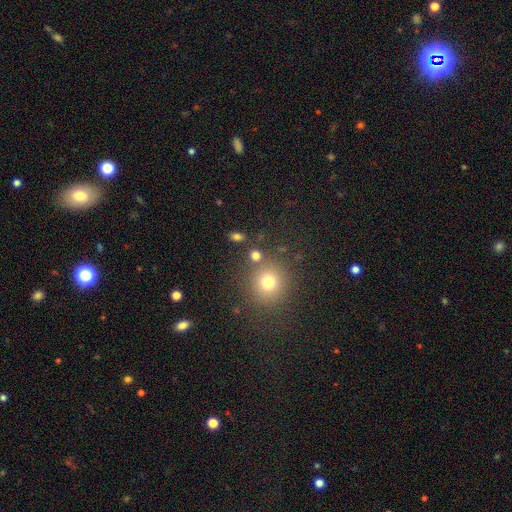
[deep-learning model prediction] Smooth or featured? smooth (72%)
How rounded? round (70%)
Merging? none (77%)